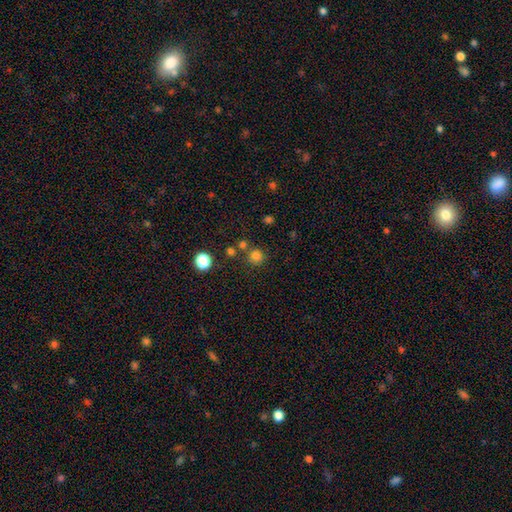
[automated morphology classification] Q: Smooth or featured?
A: smooth (78%); runner-up: star or artifact (17%)
Q: How rounded?
A: round (93%); runner-up: in between (7%)
Q: Merging?
A: none (76%); runner-up: merger (13%)